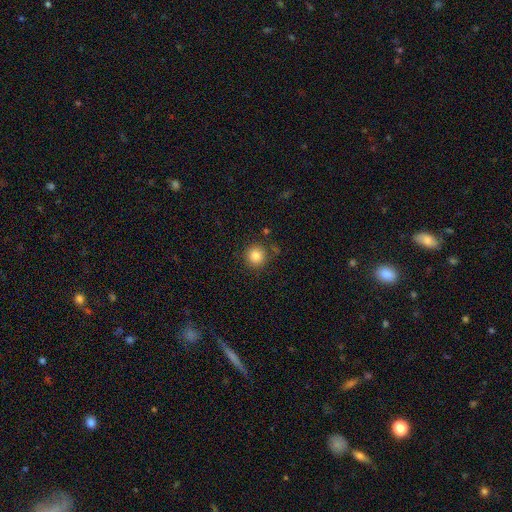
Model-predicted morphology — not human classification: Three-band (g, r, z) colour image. It shows a smooth galaxy with no disk features (85%) that is round (93%). Merging: none (85%).